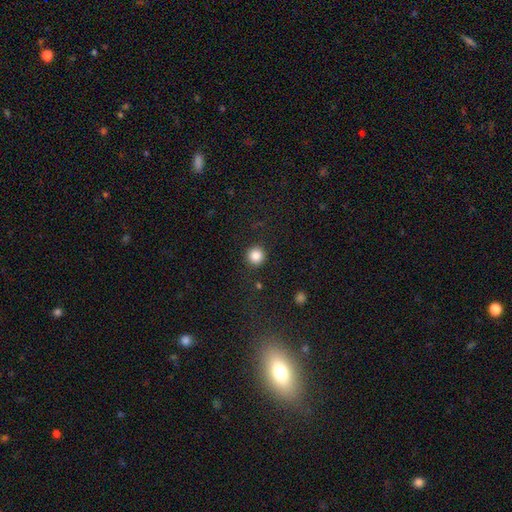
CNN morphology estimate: Smooth or featured?
  - smooth: 86% *
  - star or artifact: 10%
  - featured or disk: 4%
How rounded?
  - round: 94% *
  - in between: 5%
  - cigar-shaped: 1%
Merging?
  - none: 91% *
  - minor disturbance: 5%
  - major disturbance: 2%
  - merger: 1%